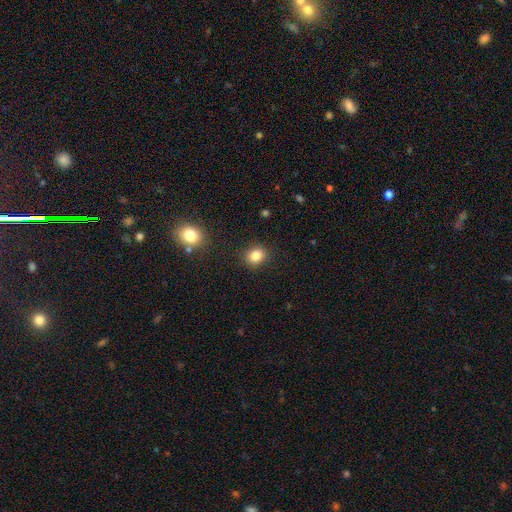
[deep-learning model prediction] A smooth galaxy with no disk features (84%) that is round (62%).

Vote fractions:
- Smooth or featured? smooth: 84% / star or artifact: 11% / featured or disk: 5%
- How rounded? round: 62% / in between: 37% / cigar-shaped: 1%
- Merging? none: 88% / minor disturbance: 8% / major disturbance: 3% / merger: 2%